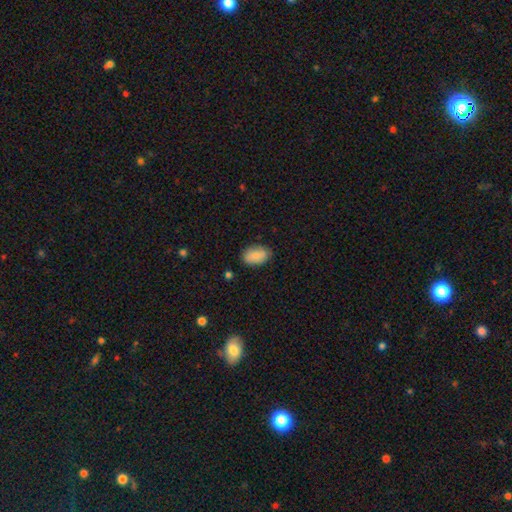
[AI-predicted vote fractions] Overall: smooth (87%). How rounded: in between (92%). Merging: none (85%).